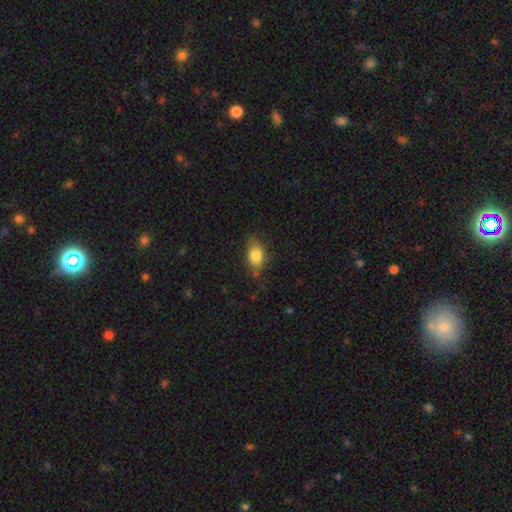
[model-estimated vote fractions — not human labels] Morphology: type=smooth (81%); roundness=in between (82%); merging=none (64%).